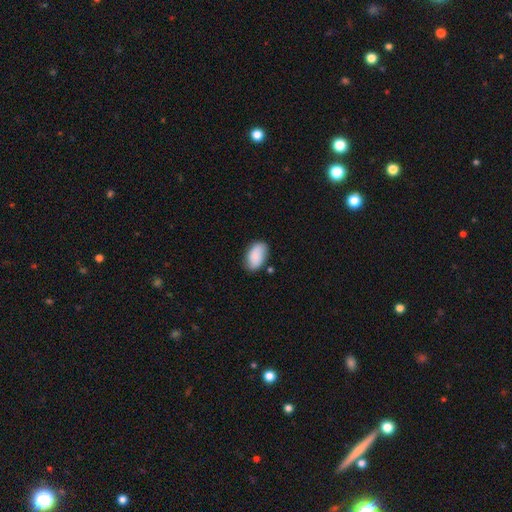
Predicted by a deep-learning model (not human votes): This is clearly a smooth galaxy (84%). How rounded: clearly in between (92%). Merging: likely none (73%).